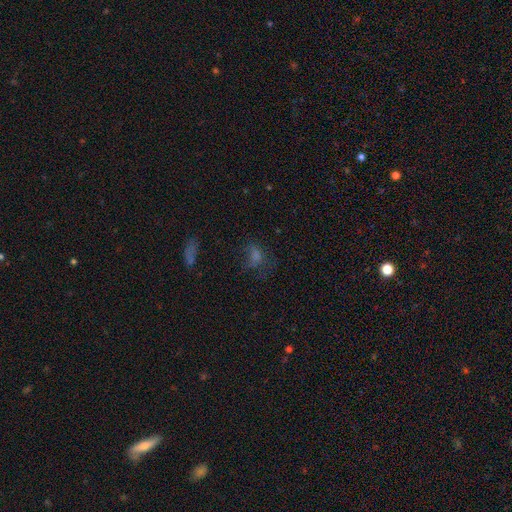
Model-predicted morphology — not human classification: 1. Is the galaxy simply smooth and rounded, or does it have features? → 46% smooth, 32% star or artifact, 22% featured or disk.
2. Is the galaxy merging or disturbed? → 48% none, 28% major disturbance, 20% minor disturbance, 4% merger.